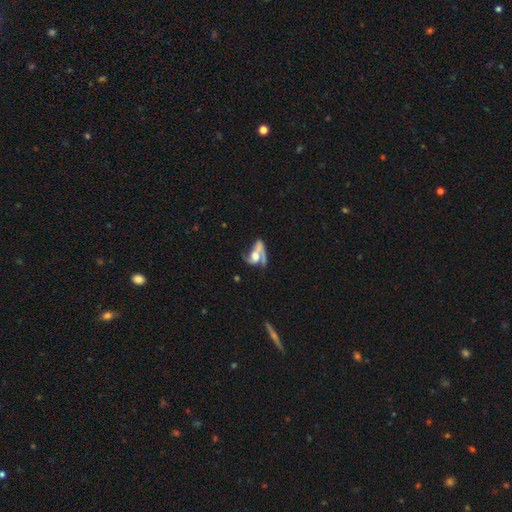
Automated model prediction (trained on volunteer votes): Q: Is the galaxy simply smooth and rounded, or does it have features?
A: featured or disk — 62%.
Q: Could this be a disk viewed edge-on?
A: no — 92%.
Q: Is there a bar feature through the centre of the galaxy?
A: no — 66%.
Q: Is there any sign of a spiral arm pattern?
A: yes — 66%.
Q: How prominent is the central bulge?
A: moderate — 44%.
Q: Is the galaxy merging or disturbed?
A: merger — 43%.